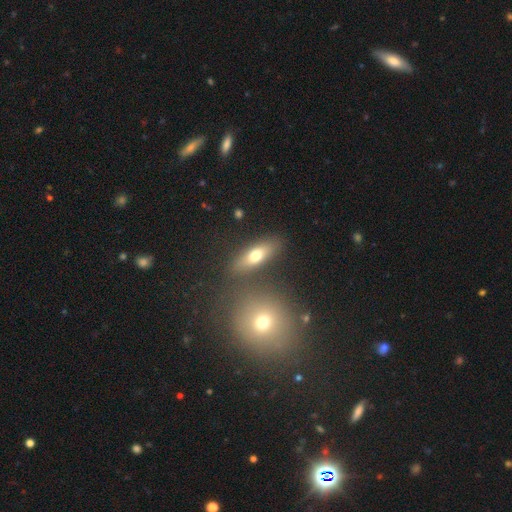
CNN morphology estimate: smooth-or-featured: smooth: 68% | featured or disk: 23% | star or artifact: 9%
  how-rounded: in between: 65% | cigar-shaped: 28% | round: 6%
  merging: none: 77% | minor disturbance: 11% | merger: 8% | major disturbance: 4%